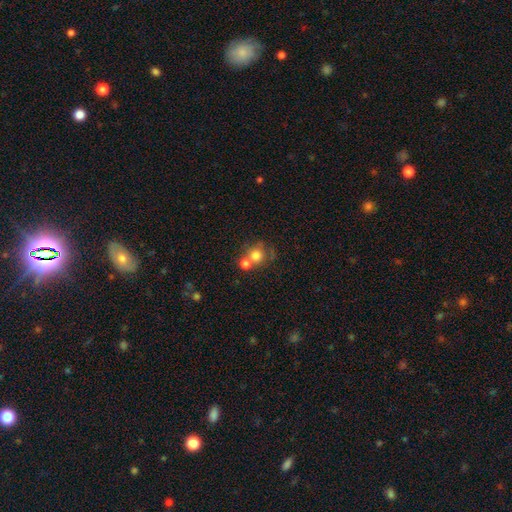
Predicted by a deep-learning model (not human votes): Smooth or featured? Predicted: smooth (p=0.74). How rounded? Predicted: round (p=0.85). Merging? Predicted: merger (p=0.43).